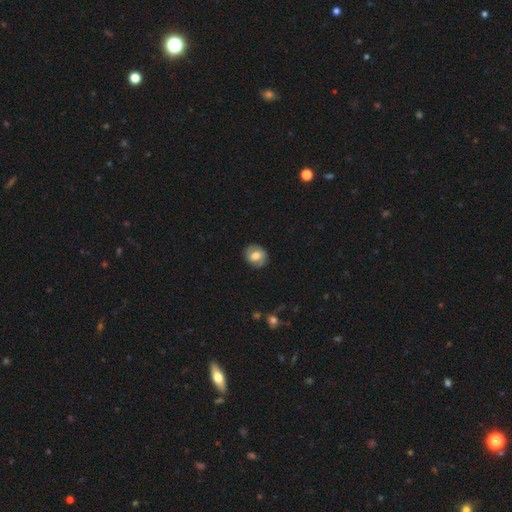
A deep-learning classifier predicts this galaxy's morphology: This appears to be a smooth galaxy with no disk features (60%) that is round (73%). Merging: none (84%).